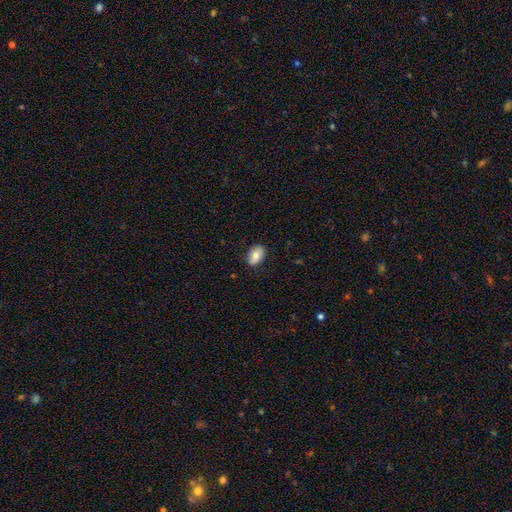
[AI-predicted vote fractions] Smooth or featured? Predicted: smooth (p=0.75). How rounded? Predicted: in between (p=0.86). Merging? Predicted: none (p=0.83).